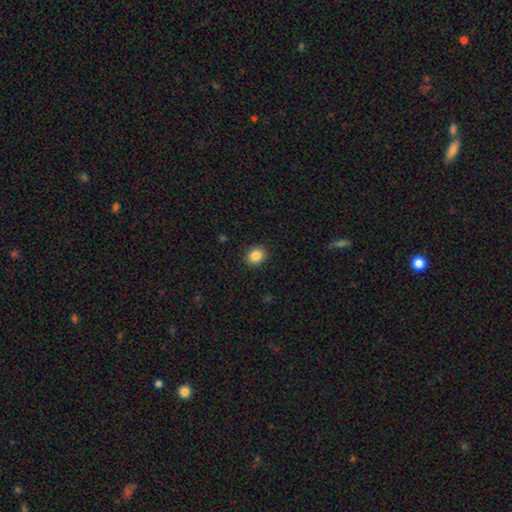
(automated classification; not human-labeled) smooth 86%, star or artifact 9%, featured or disk 4%. Down the decision tree: how rounded — round (64%); merging — none (91%).